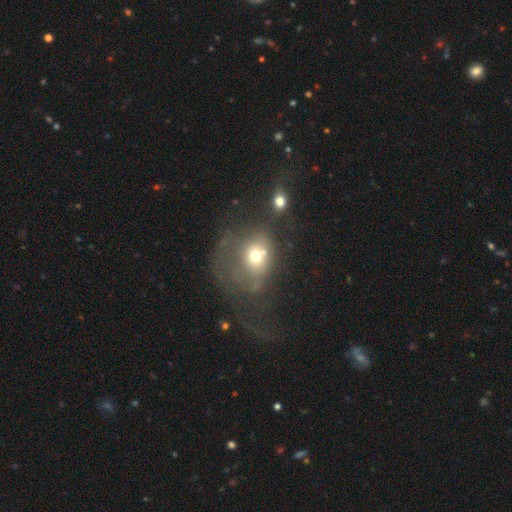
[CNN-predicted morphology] type=smooth (58%); roundness=round (65%); merging=major disturbance (42%).